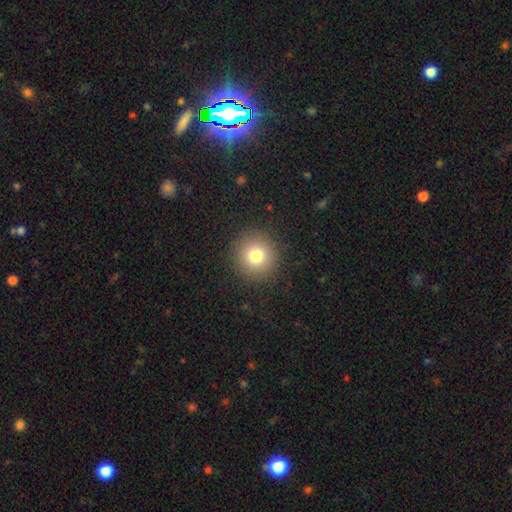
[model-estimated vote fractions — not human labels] A smooth galaxy with no disk features (79%) that is round (94%).

Vote fractions:
- Smooth or featured? smooth: 79% / star or artifact: 13% / featured or disk: 9%
- How rounded? round: 94% / in between: 5% / cigar-shaped: 1%
- Merging? none: 91% / minor disturbance: 6% / major disturbance: 2% / merger: 1%